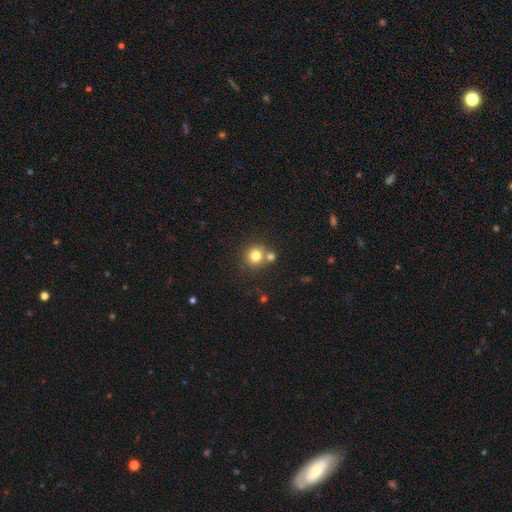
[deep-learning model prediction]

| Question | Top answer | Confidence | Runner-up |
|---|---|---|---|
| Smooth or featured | smooth | 79% | star or artifact (12%) |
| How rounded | round | 90% | in between (9%) |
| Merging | none | 62% | merger (28%) |